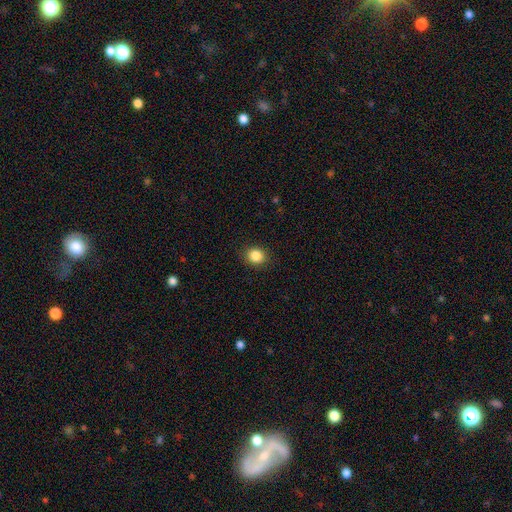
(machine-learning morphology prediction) smooth-or-featured: smooth: 86% | star or artifact: 10% | featured or disk: 4%
  how-rounded: round: 71% | in between: 28% | cigar-shaped: 1%
  merging: none: 90% | minor disturbance: 7% | major disturbance: 2% | merger: 1%